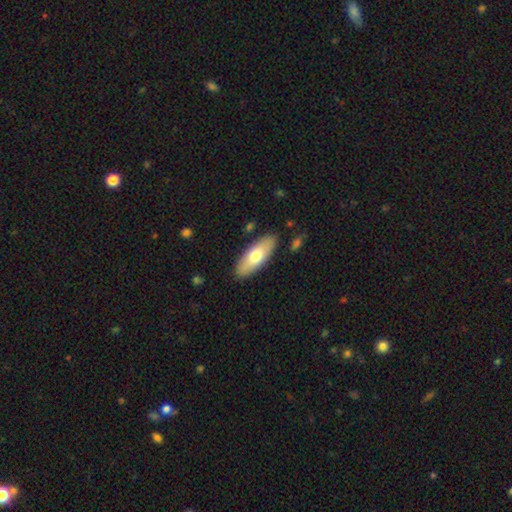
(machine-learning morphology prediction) smooth_or_featured: smooth (p=0.68) [alt: featured or disk p=0.26]
how_rounded: in between (p=0.74) [alt: cigar-shaped p=0.24]
merging: none (p=0.88) [alt: minor disturbance p=0.09]